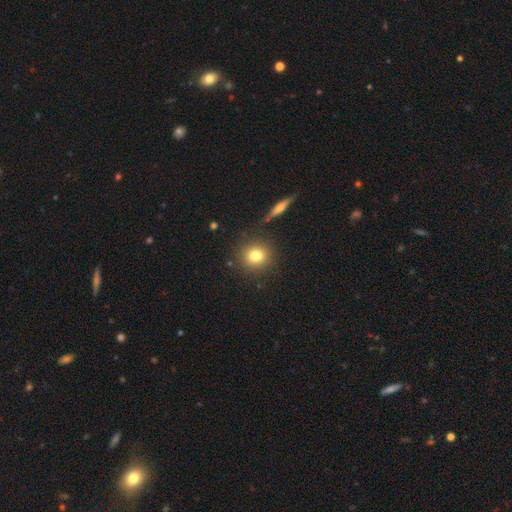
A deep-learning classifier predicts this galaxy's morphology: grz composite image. It shows a smooth galaxy with no disk features (79%) that is round (88%). Merging: none (87%).